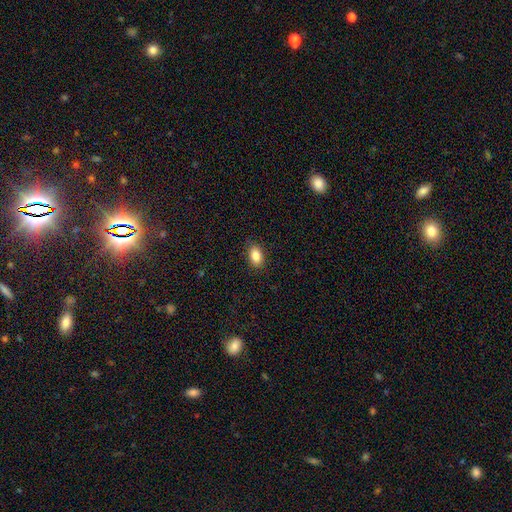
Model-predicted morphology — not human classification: Smooth or featured? Predicted: smooth (p=0.86). How rounded? Predicted: in between (p=0.87). Merging? Predicted: none (p=0.87).